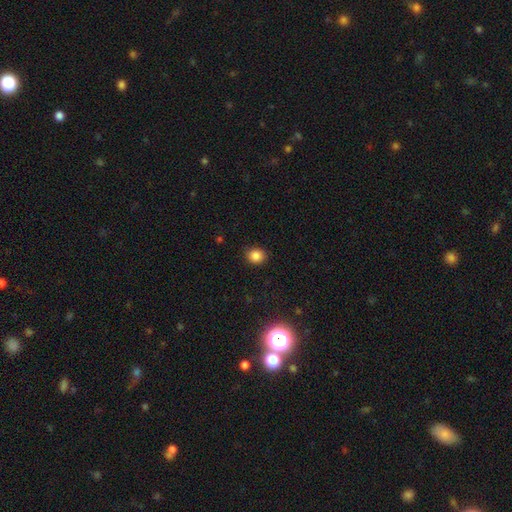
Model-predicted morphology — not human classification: Smooth or featured?
  - smooth: 84% *
  - star or artifact: 12%
  - featured or disk: 4%
How rounded?
  - round: 75% *
  - in between: 24%
  - cigar-shaped: 1%
Merging?
  - none: 88% *
  - minor disturbance: 9%
  - major disturbance: 2%
  - merger: 1%